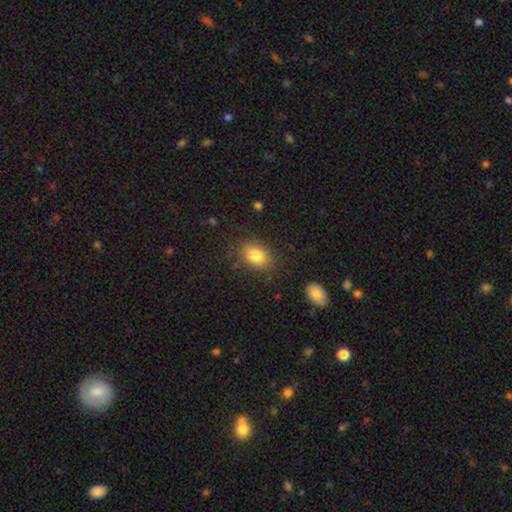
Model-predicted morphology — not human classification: Smooth or featured? smooth (82%)
How rounded? in between (75%)
Merging? none (79%)